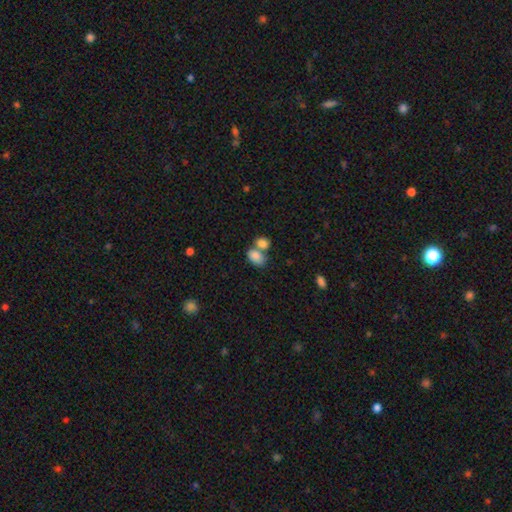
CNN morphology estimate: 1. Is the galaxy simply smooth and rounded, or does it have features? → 84% smooth, 8% featured or disk, 8% star or artifact.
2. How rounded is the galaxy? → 85% in between, 13% round, 1% cigar-shaped.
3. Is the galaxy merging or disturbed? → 54% merger, 32% none, 9% minor disturbance, 4% major disturbance.